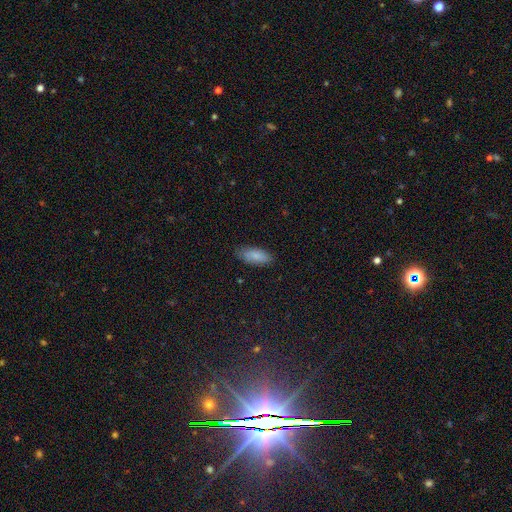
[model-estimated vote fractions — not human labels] Smooth or featured? smooth (87%)
How rounded? in between (83%)
Merging? none (81%)